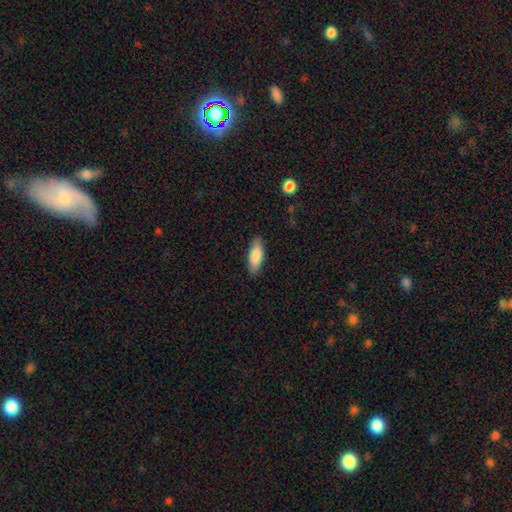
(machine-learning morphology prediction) smooth-or-featured: smooth: 83% | featured or disk: 11% | star or artifact: 5%
  how-rounded: in between: 66% | cigar-shaped: 32% | round: 2%
  merging: none: 87% | minor disturbance: 10% | major disturbance: 2% | merger: 1%